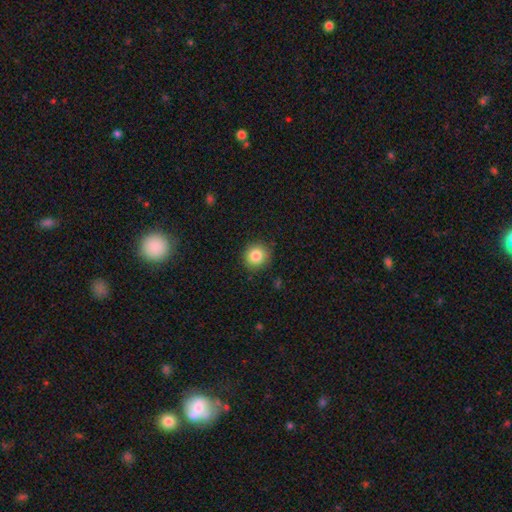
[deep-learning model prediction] Smooth or featured?
  - smooth: 85% *
  - star or artifact: 10%
  - featured or disk: 5%
How rounded?
  - round: 90% *
  - in between: 9%
  - cigar-shaped: 1%
Merging?
  - none: 88% *
  - minor disturbance: 9%
  - major disturbance: 2%
  - merger: 1%